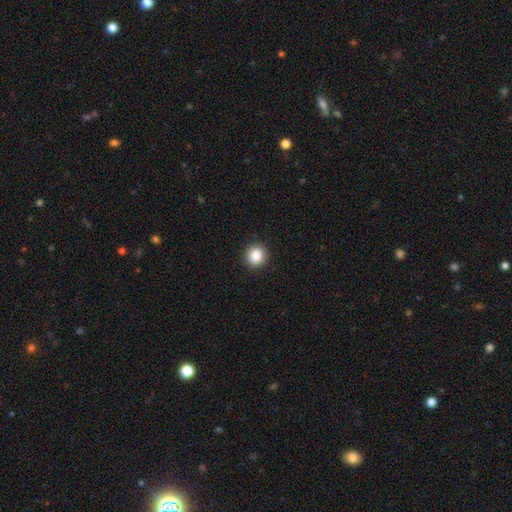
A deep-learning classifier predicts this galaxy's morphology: Smooth or featured? Predicted: smooth (p=0.87). How rounded? Predicted: round (p=0.88). Merging? Predicted: none (p=0.92).